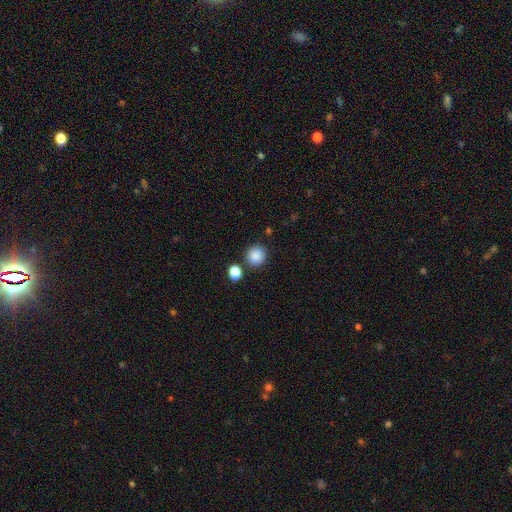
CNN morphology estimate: This is clearly a smooth galaxy (87%). How rounded: clearly round (90%). Merging: clearly none (84%).